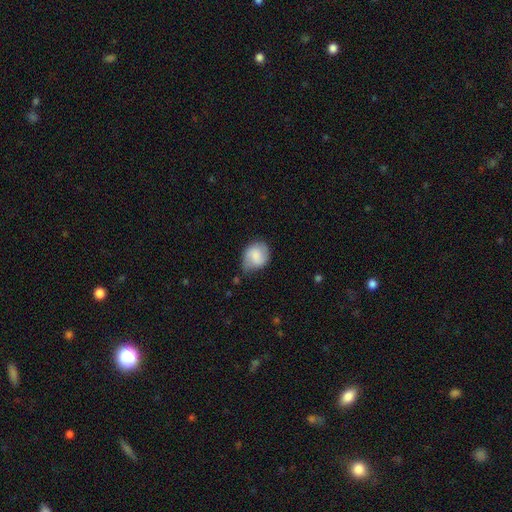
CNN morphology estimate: type=smooth (70%); roundness=round (59%); merging=none (53%).